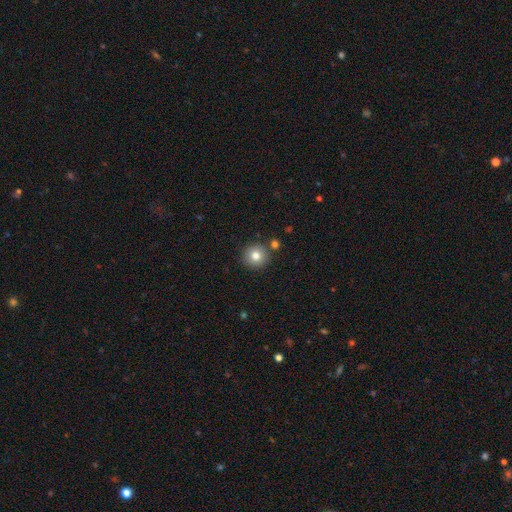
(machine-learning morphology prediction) Overall: smooth (79%). How rounded: round (94%). Merging: none (84%).